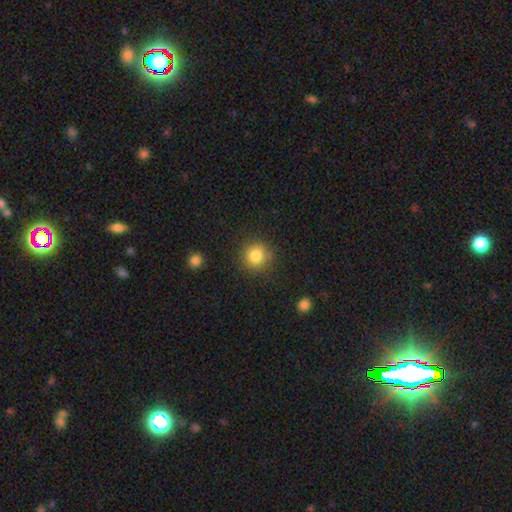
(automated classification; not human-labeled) This is clearly a smooth galaxy (83%). How rounded: clearly round (91%). Merging: clearly none (86%).